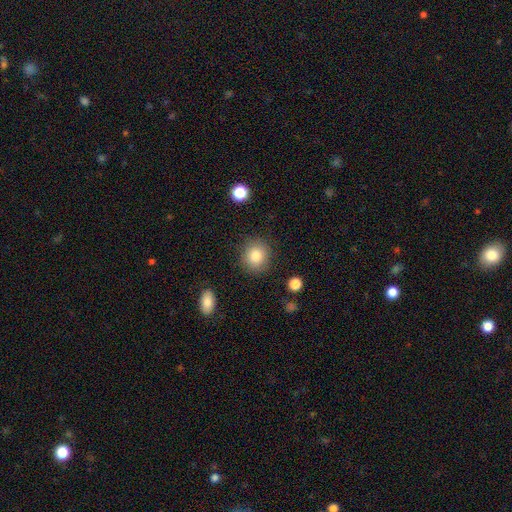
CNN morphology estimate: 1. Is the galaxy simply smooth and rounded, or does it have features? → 84% smooth, 9% star or artifact, 7% featured or disk.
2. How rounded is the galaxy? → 85% round, 15% in between, 1% cigar-shaped.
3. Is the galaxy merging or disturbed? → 87% none, 8% minor disturbance, 3% major disturbance, 2% merger.